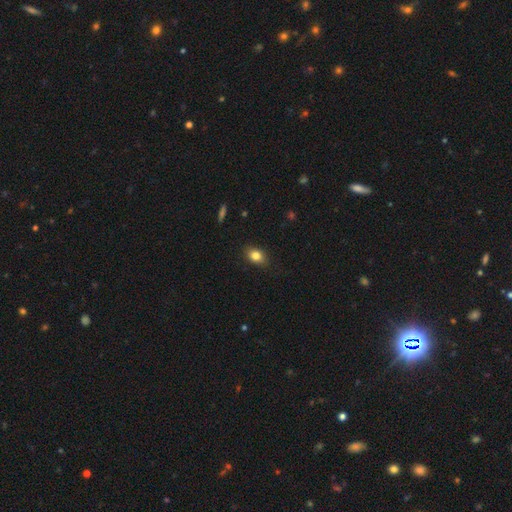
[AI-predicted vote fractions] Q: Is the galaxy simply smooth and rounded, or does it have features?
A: smooth — 82%.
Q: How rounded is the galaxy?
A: in between — 73%.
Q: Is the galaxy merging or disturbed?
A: none — 85%.